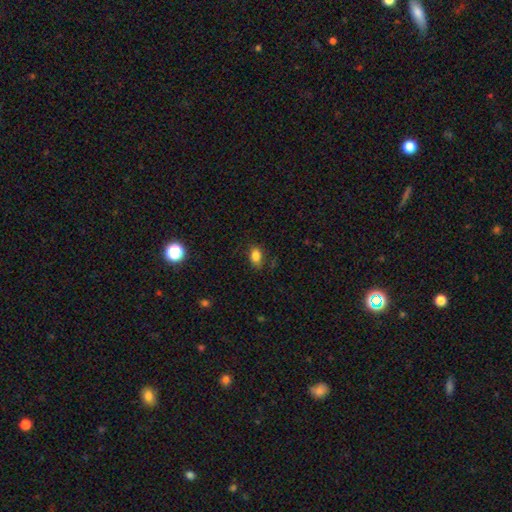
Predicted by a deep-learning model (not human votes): A smooth galaxy with no disk features (83%) that is in between round and cigar-shaped (81%).

Vote fractions:
- Smooth or featured? smooth: 83% / star or artifact: 11% / featured or disk: 6%
- How rounded? in between: 81% / round: 17% / cigar-shaped: 2%
- Merging? none: 77% / minor disturbance: 17% / major disturbance: 4% / merger: 2%